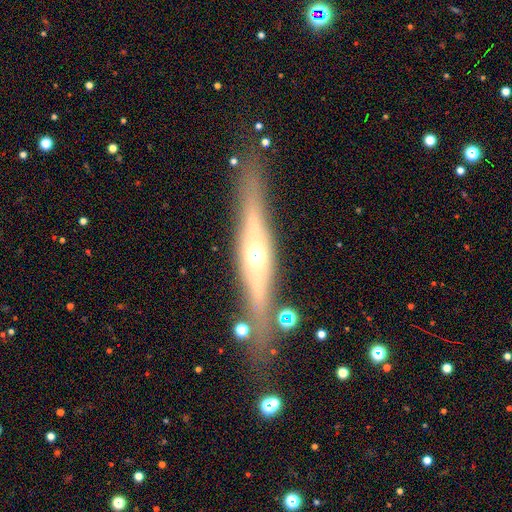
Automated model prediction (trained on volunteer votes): This is likely a featured or disk galaxy (69%). It is clearly viewed edge-on (92%). Edge-on bulge: clearly rounded (86%). Merging: likely none (79%).